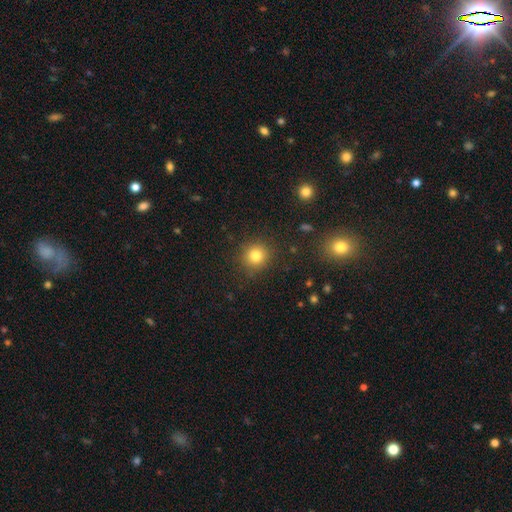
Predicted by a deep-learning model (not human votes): Q: Smooth or featured?
A: smooth (81%); runner-up: star or artifact (13%)
Q: How rounded?
A: round (91%); runner-up: in between (8%)
Q: Merging?
A: none (88%); runner-up: minor disturbance (7%)